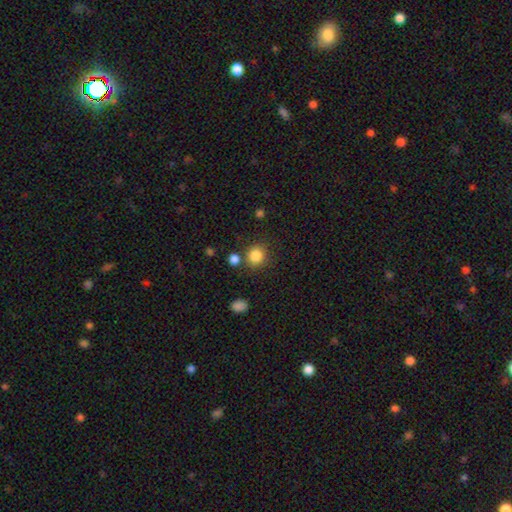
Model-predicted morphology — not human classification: This appears to be a smooth galaxy with no disk features (84%) that is round (86%). Merging: none (78%).